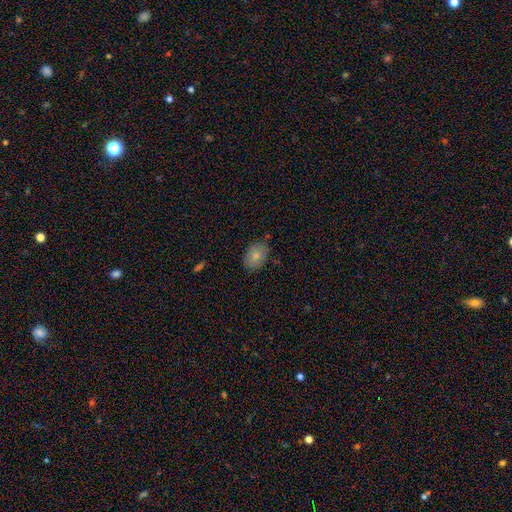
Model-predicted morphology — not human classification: smooth 79%, featured or disk 14%, star or artifact 7%. Down the decision tree: how rounded — in between (79%); merging — none (80%).